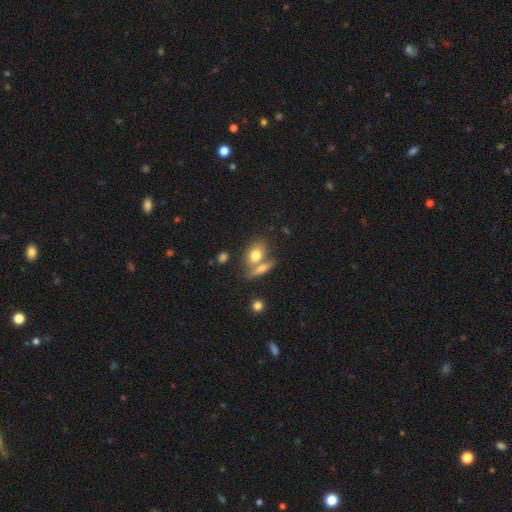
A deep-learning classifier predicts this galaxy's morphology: A smooth galaxy with no disk features (75%) that is in between round and cigar-shaped (75%). Merging: none (47%).